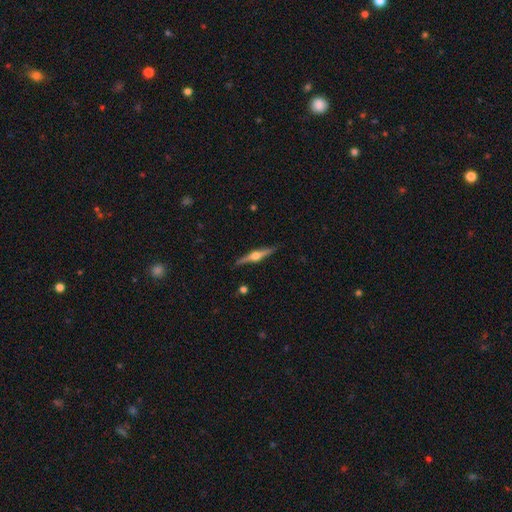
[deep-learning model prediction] Morphology: type=featured or disk (78%); edge-on=yes (98%); edge-on bulge=rounded (95%); merging=none (89%).